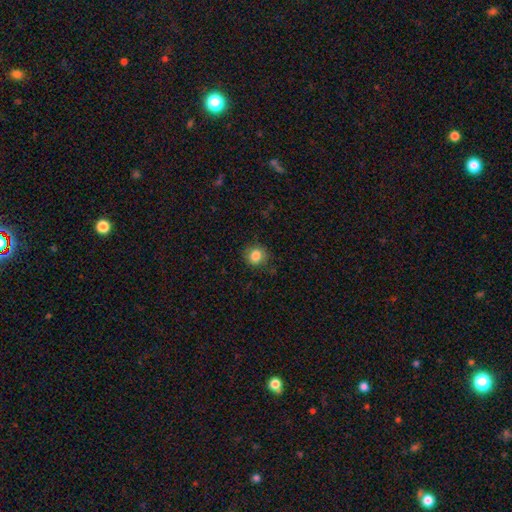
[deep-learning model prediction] Smooth or featured? smooth (84%)
How rounded? round (85%)
Merging? none (83%)